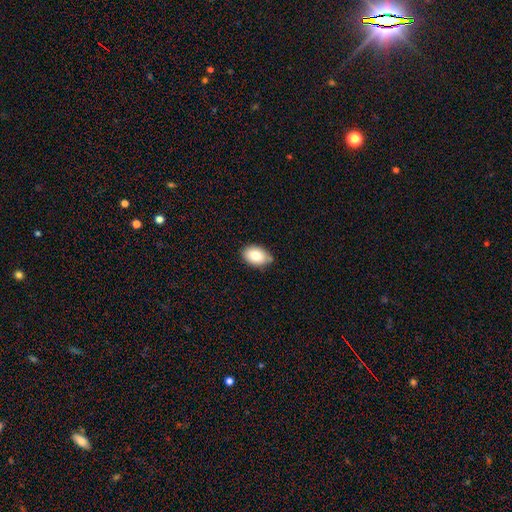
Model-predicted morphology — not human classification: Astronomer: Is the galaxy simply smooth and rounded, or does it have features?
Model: smooth — 81%.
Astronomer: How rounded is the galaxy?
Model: in between — 83%.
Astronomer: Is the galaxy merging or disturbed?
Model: none — 75%.